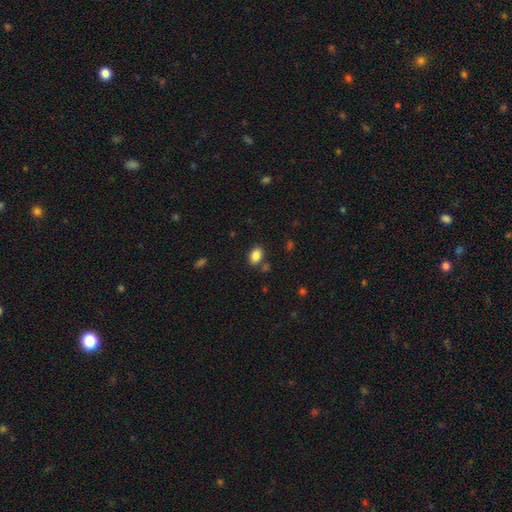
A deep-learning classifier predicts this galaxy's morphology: This appears to be a smooth galaxy with no disk features (86%) that is in between round and cigar-shaped (85%). Merging: none (80%).